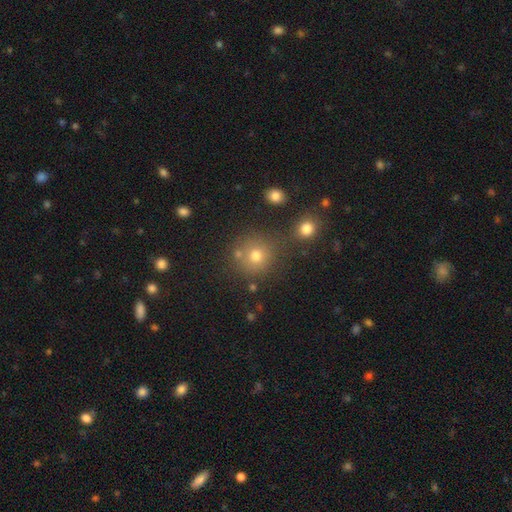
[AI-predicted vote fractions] smooth-or-featured: smooth: 68% | star or artifact: 22% | featured or disk: 9%
  how-rounded: round: 91% | in between: 8% | cigar-shaped: 1%
  merging: none: 73% | merger: 14% | minor disturbance: 9% | major disturbance: 4%